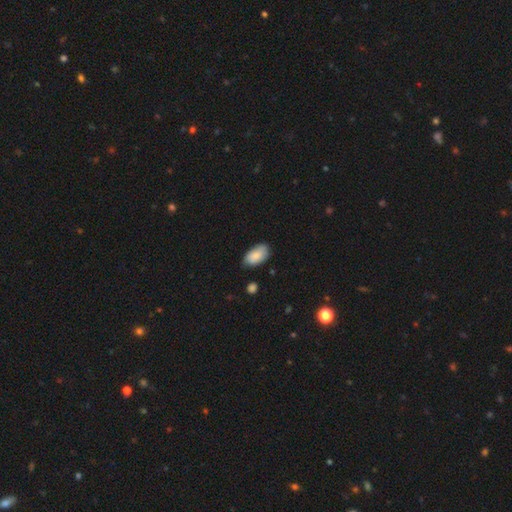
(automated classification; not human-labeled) This appears to be a smooth galaxy with no disk features (85%) that is in between round and cigar-shaped (95%). Merging: none (71%).